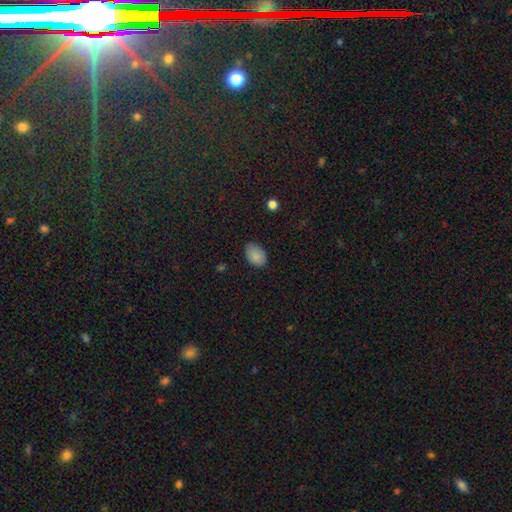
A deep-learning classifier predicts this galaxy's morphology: Overall: smooth (87%). How rounded: in between (85%). Merging: none (79%).